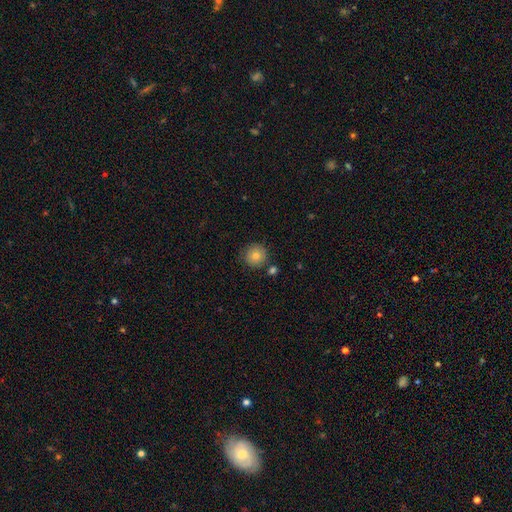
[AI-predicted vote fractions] Overall: smooth (78%). How rounded: round (95%). Merging: none (84%).